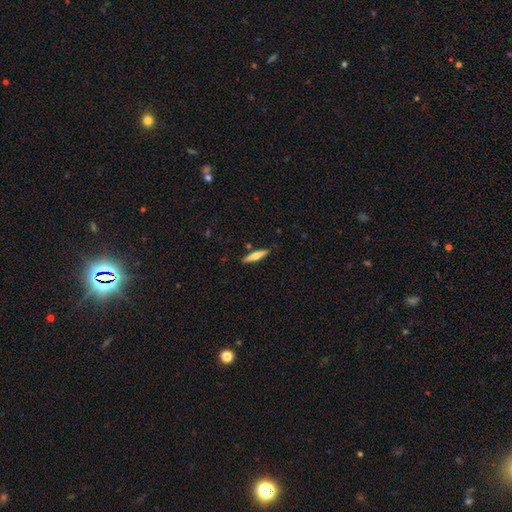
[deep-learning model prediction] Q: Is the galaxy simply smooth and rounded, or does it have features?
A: smooth — 54%.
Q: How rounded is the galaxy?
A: cigar-shaped — 80%.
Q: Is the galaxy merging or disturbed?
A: none — 86%.